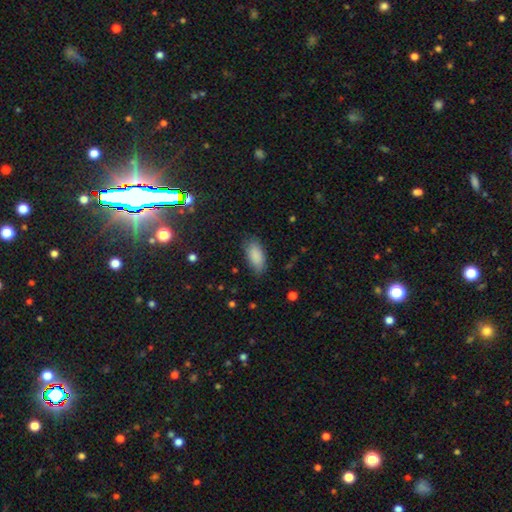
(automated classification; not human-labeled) This is clearly a smooth galaxy (88%). How rounded: clearly in between (89%). Merging: clearly none (80%).